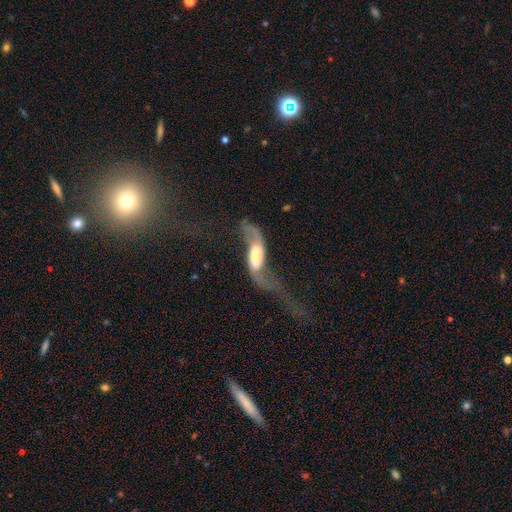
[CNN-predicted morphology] This is likely a featured or disk galaxy (62%). It is clearly not viewed edge-on (85%). Bar: marginally weak (35%). Spiral arm pattern: likely yes (78%). Central bulge: marginally large (43%). Merging: possibly major disturbance (55%).